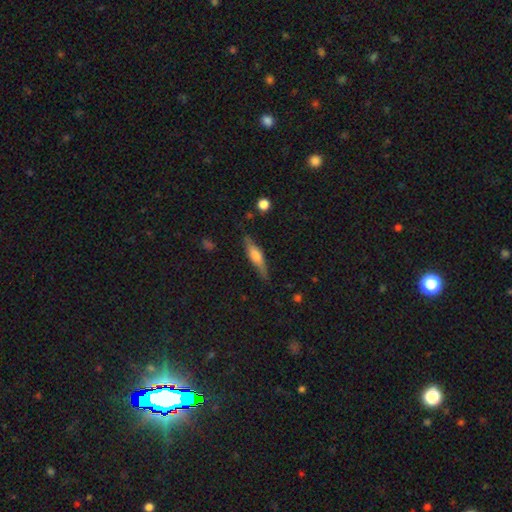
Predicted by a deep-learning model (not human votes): smooth_or_featured: featured or disk (p=0.49) [alt: smooth p=0.45]
merging: none (p=0.79) [alt: minor disturbance p=0.15]